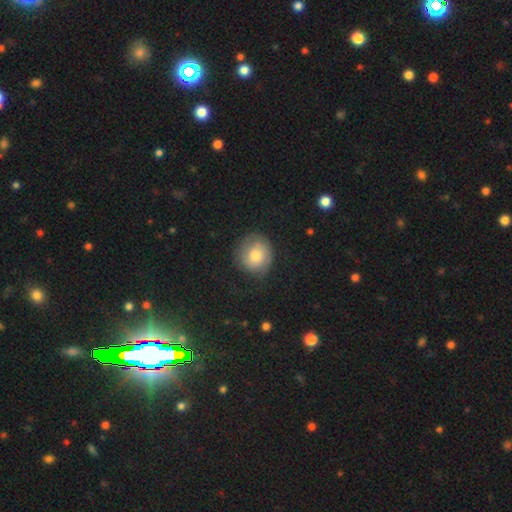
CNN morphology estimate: smooth_or_featured: smooth (p=0.62) [alt: featured or disk p=0.30]
how_rounded: round (p=0.85) [alt: in between p=0.14]
merging: none (p=0.67) [alt: minor disturbance p=0.21]